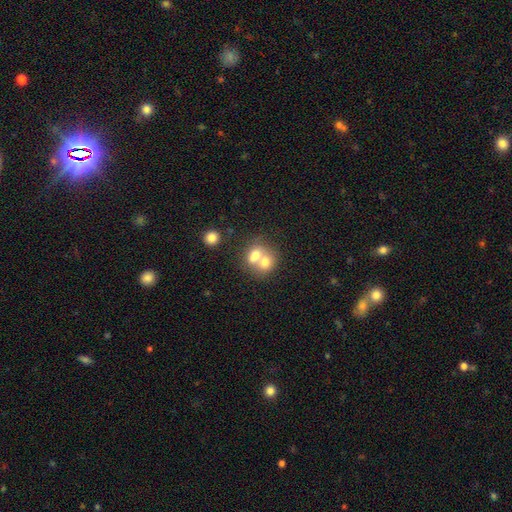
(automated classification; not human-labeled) The model was most divided on "how rounded": round: 54%, in between: 45%, cigar-shaped: 1%. More confident: merging — merger (69%); smooth or featured — smooth (69%).